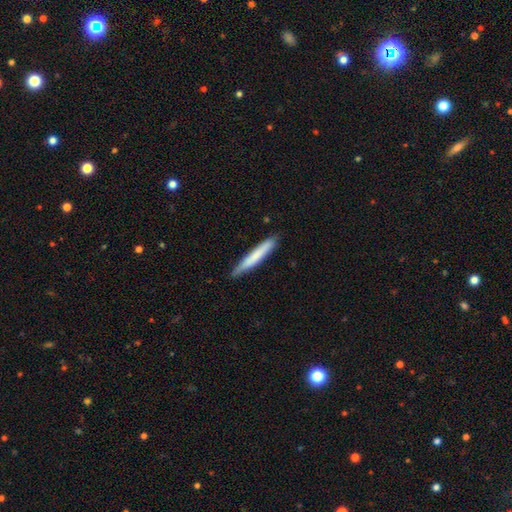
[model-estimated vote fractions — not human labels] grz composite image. It shows a smooth galaxy with no disk features (72%) that is cigar-shaped (95%). Merging: none (86%).